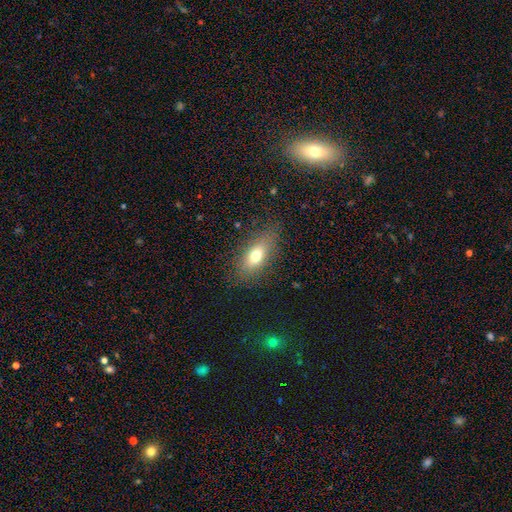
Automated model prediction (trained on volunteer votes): Smooth or featured? smooth (71%)
How rounded? in between (78%)
Merging? none (81%)